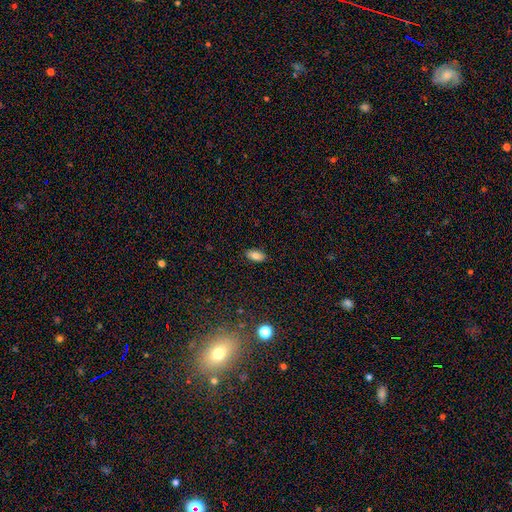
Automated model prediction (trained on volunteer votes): smooth_or_featured: smooth (p=0.81) [alt: featured or disk p=0.10]
how_rounded: in between (p=0.92) [alt: round p=0.04]
merging: none (p=0.88) [alt: minor disturbance p=0.09]